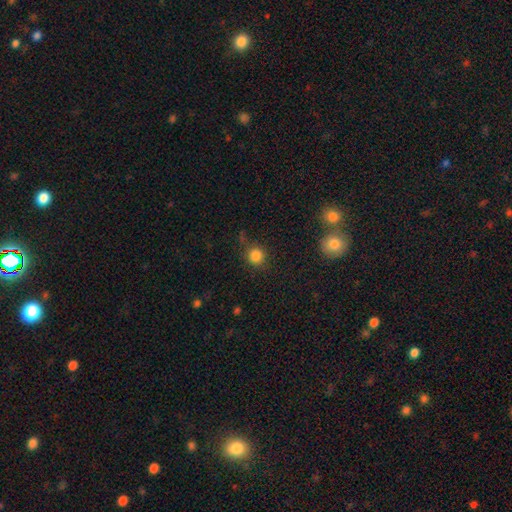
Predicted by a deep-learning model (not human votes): Overall: smooth (83%). How rounded: round (91%). Merging: none (81%).